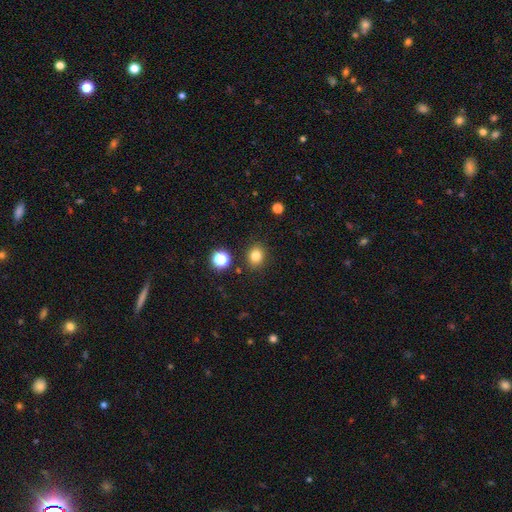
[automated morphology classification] Smooth or featured: smooth — 81% (star or artifact — 14%)
How rounded: round — 65% (in between — 34%)
Merging: none — 86% (minor disturbance — 8%)